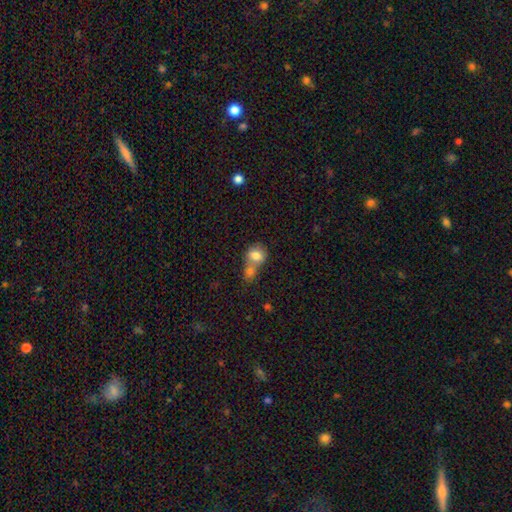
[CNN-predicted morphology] This is likely a smooth galaxy (78%). How rounded: likely round (61%). Merging: likely merger (61%).